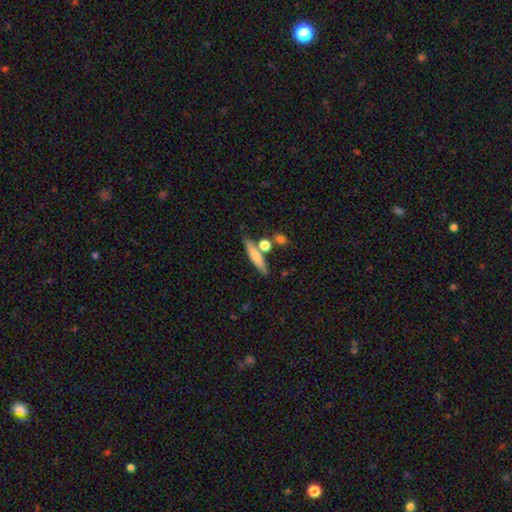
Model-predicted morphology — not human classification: Overall: smooth (64%; featured or disk 29%). How rounded: cigar-shaped (81%). Merging: none (72%).